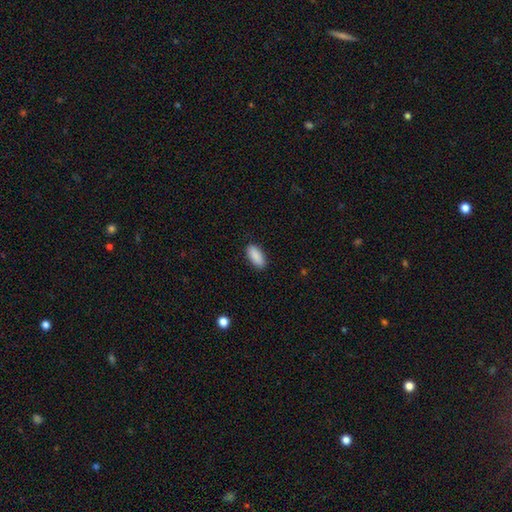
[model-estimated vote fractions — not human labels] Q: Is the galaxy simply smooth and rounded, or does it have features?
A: smooth — 90%.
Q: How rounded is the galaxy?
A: in between — 86%.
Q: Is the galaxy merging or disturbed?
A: none — 89%.